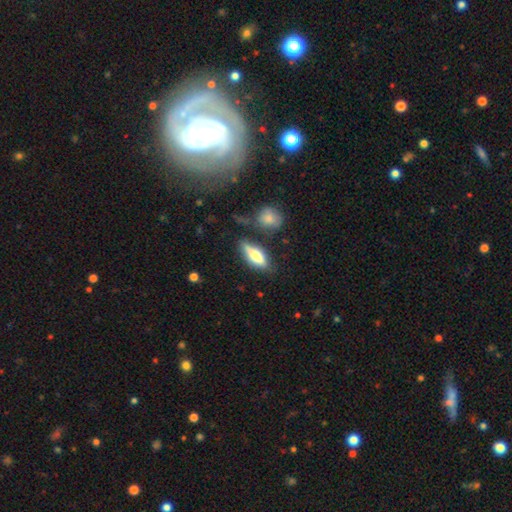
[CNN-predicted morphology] This is likely a smooth galaxy (64%). How rounded: likely in between (60%). Merging: likely none (67%).